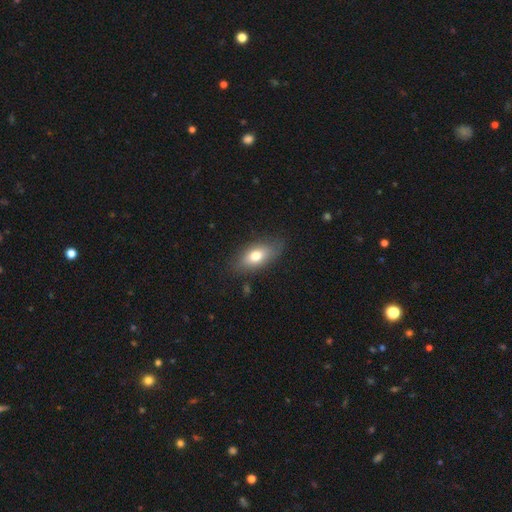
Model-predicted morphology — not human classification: Smooth or featured? smooth (72%)
How rounded? in between (84%)
Merging? none (78%)